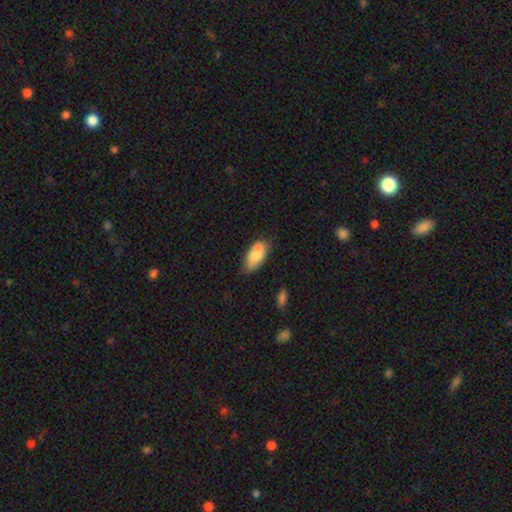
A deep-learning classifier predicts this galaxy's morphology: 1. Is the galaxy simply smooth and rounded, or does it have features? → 75% smooth, 18% featured or disk, 7% star or artifact.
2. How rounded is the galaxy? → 88% in between, 9% cigar-shaped, 3% round.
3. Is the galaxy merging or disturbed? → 46% none, 27% minor disturbance, 20% merger, 7% major disturbance.